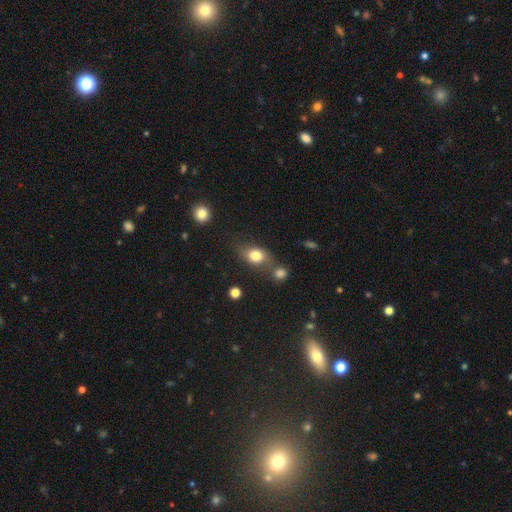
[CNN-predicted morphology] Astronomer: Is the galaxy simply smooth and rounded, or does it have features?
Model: smooth — 78%.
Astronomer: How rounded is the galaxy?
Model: in between — 61% (runner-up: round, 36%).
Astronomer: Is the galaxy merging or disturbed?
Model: none — 53%.